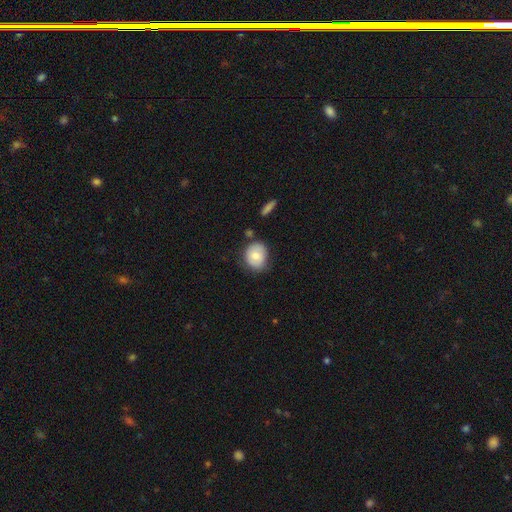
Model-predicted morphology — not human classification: Smooth or featured?
  - smooth: 78% *
  - featured or disk: 15%
  - star or artifact: 7%
How rounded?
  - round: 66% *
  - in between: 33%
  - cigar-shaped: 1%
Merging?
  - none: 67% *
  - minor disturbance: 22%
  - merger: 6%
  - major disturbance: 5%